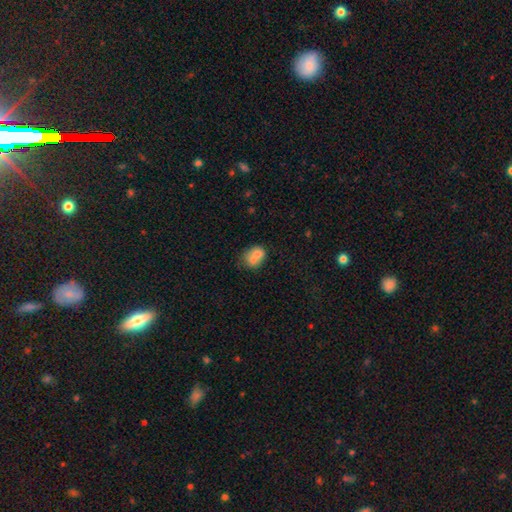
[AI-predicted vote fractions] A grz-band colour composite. It shows a smooth galaxy with no disk features (70%) that is in between round and cigar-shaped (54%). Merging: merger (53%).